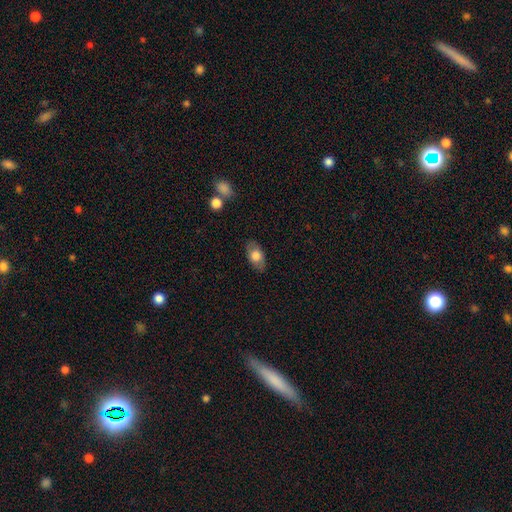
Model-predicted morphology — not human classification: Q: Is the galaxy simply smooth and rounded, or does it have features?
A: smooth — 72%.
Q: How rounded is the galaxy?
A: in between — 90%.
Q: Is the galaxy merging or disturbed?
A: none — 83%.